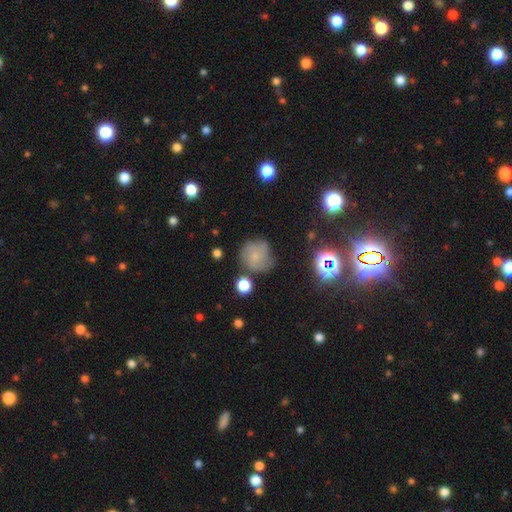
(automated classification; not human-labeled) Morphology: type=smooth (50%); merging=none (59%).